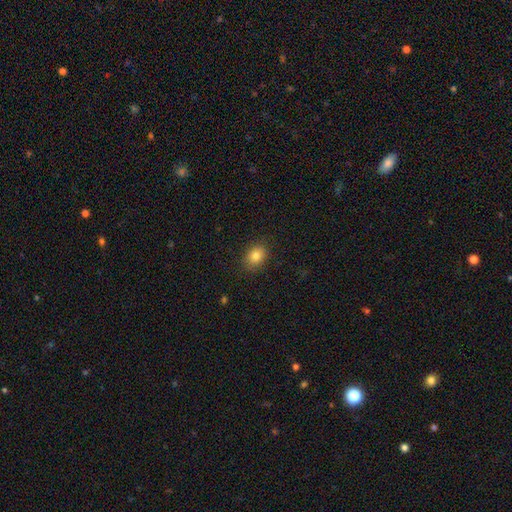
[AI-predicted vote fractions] Smooth or featured: smooth — 83% (star or artifact — 10%)
How rounded: in between — 63% (round — 36%)
Merging: none — 87% (minor disturbance — 10%)